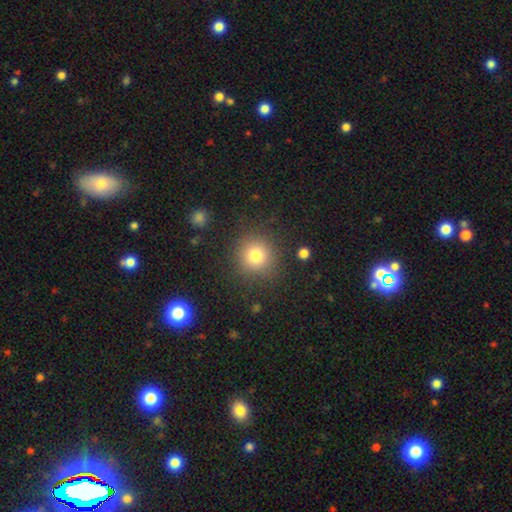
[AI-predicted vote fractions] Overall: smooth (79%). How rounded: round (92%). Merging: none (87%).